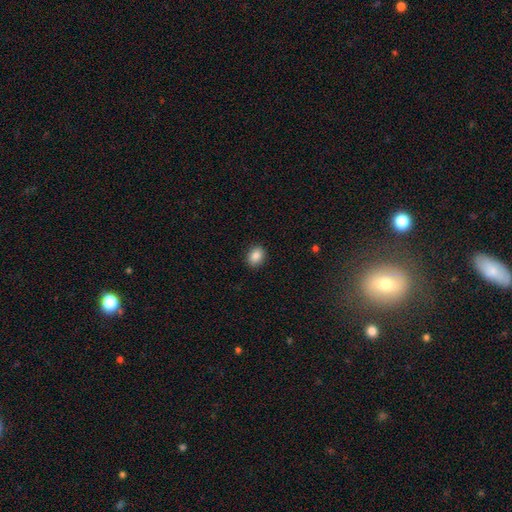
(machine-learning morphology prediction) Smooth or featured? Predicted: smooth (p=0.87). How rounded? Predicted: in between (p=0.65). Merging? Predicted: none (p=0.90).